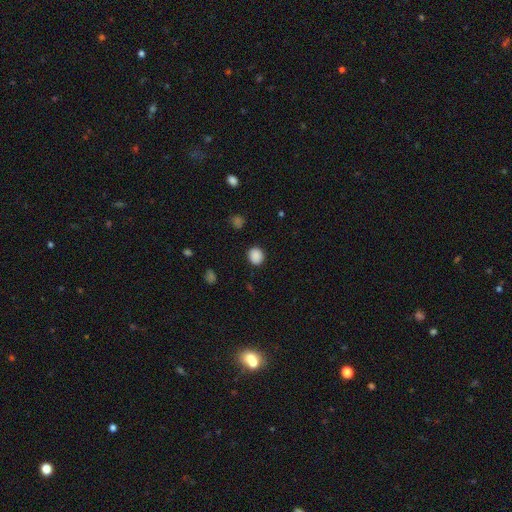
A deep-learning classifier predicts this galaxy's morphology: smooth-or-featured: smooth: 87% | star or artifact: 10% | featured or disk: 3%
  how-rounded: round: 81% | in between: 18% | cigar-shaped: 1%
  merging: none: 89% | minor disturbance: 7% | major disturbance: 3% | merger: 1%